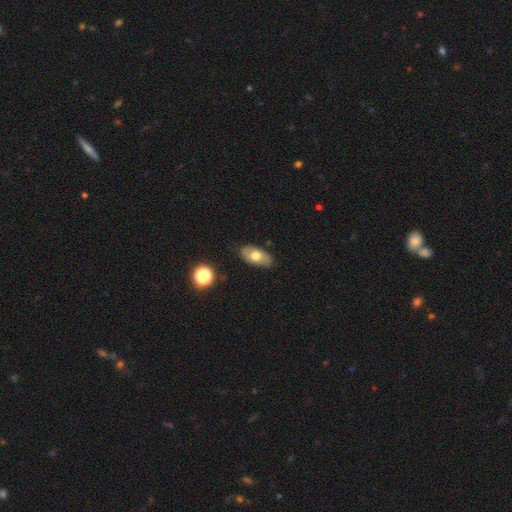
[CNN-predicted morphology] Q: Smooth or featured?
A: smooth (65%); runner-up: featured or disk (27%)
Q: How rounded?
A: in between (91%); runner-up: round (5%)
Q: Merging?
A: none (84%); runner-up: minor disturbance (12%)